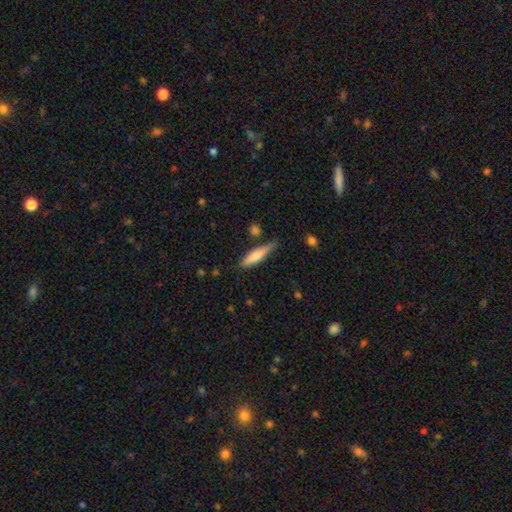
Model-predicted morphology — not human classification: Smooth or featured?
  - smooth: 71% *
  - featured or disk: 23%
  - star or artifact: 6%
How rounded?
  - cigar-shaped: 77% *
  - in between: 22%
  - round: 2%
Merging?
  - none: 71% *
  - minor disturbance: 21%
  - major disturbance: 4%
  - merger: 4%